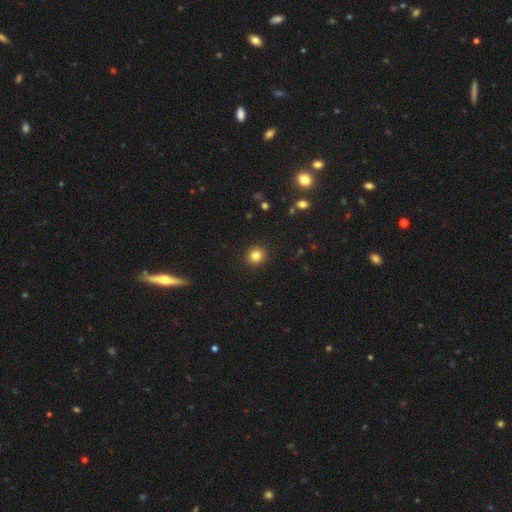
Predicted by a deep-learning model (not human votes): A smooth galaxy with no disk features (83%) that is round (92%).

Vote fractions:
- Smooth or featured? smooth: 83% / star or artifact: 11% / featured or disk: 5%
- How rounded? round: 92% / in between: 8% / cigar-shaped: 1%
- Merging? none: 92% / minor disturbance: 5% / major disturbance: 2% / merger: 1%